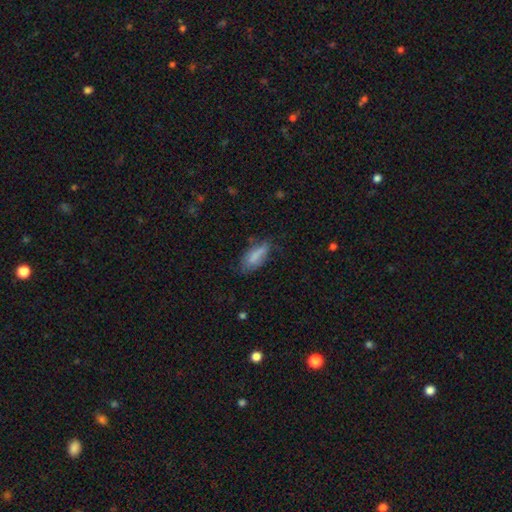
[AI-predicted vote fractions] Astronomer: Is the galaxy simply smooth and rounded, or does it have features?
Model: smooth — 75%.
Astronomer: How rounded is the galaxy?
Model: in between — 71%.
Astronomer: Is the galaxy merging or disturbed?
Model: none — 55% (runner-up: minor disturbance, 32%).